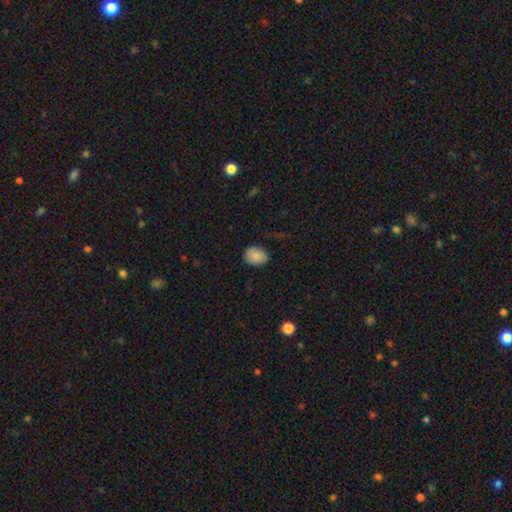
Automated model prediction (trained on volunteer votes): This is clearly a smooth galaxy (87%). How rounded: likely in between (72%). Merging: clearly none (82%).